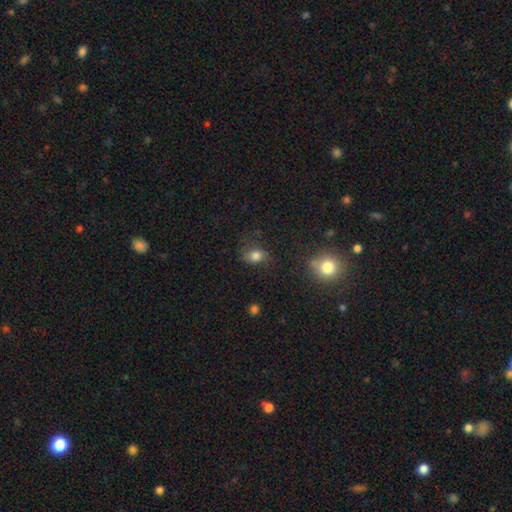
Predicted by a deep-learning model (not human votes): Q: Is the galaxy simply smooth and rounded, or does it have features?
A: smooth — 74%.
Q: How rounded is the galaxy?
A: in between — 67%.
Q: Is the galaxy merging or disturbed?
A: none — 64%.